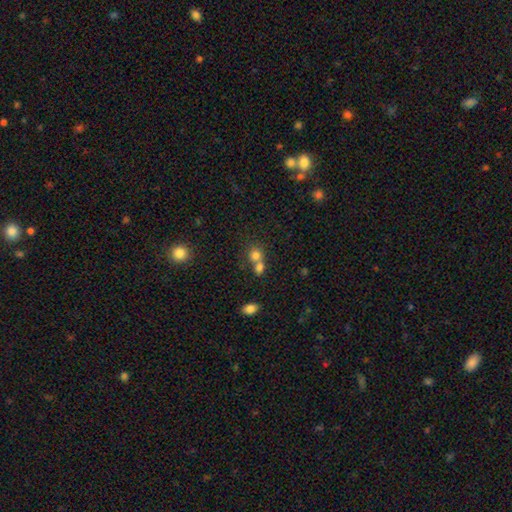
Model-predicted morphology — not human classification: Smooth or featured?
  - smooth: 79% *
  - star or artifact: 12%
  - featured or disk: 9%
How rounded?
  - round: 78% *
  - in between: 21%
  - cigar-shaped: 1%
Merging?
  - merger: 51% *
  - none: 39%
  - minor disturbance: 6%
  - major disturbance: 3%